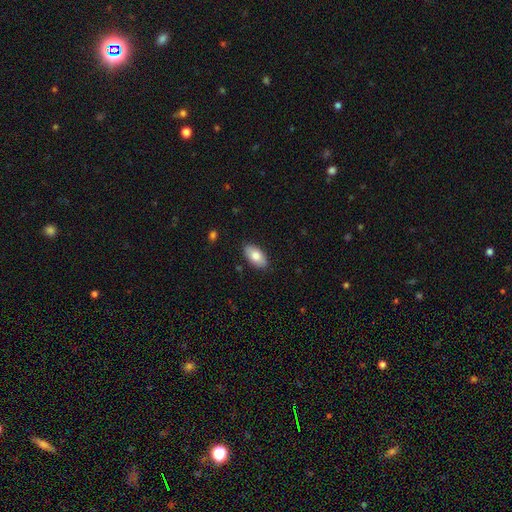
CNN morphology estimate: A smooth galaxy with no disk features (80%) that is in between round and cigar-shaped (94%).

Vote fractions:
- Smooth or featured? smooth: 80% / featured or disk: 14% / star or artifact: 6%
- How rounded? in between: 94% / round: 3% / cigar-shaped: 3%
- Merging? none: 87% / minor disturbance: 10% / major disturbance: 2% / merger: 1%